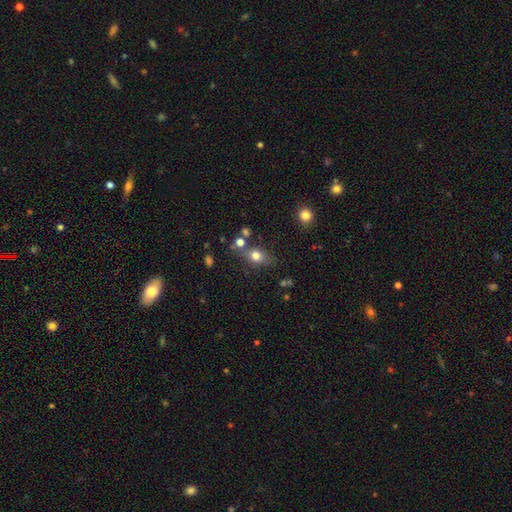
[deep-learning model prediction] The model was most divided on "how rounded": in between: 58%, round: 38%, cigar-shaped: 4%. More confident: smooth or featured — smooth (75%); merging — none (64%).